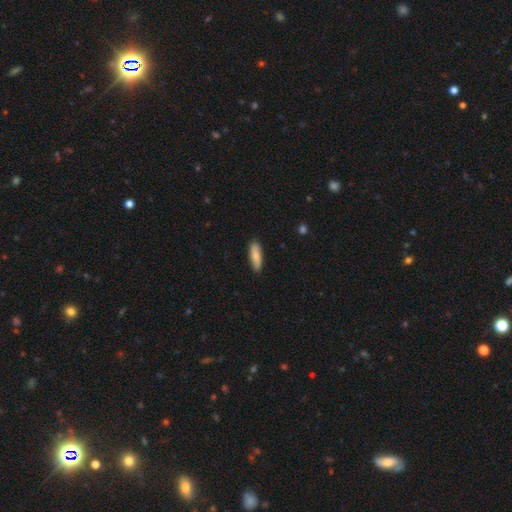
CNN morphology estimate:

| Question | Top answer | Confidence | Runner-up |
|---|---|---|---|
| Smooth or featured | smooth | 81% | featured or disk (13%) |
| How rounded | cigar-shaped | 50% | in between (48%) |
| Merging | none | 87% | minor disturbance (10%) |